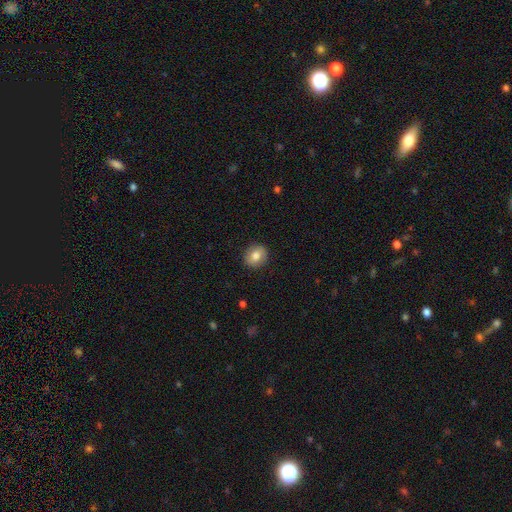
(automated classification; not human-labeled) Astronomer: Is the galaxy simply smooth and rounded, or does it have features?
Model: smooth — 79%.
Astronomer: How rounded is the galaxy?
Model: round — 78%.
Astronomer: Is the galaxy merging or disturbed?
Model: none — 89%.